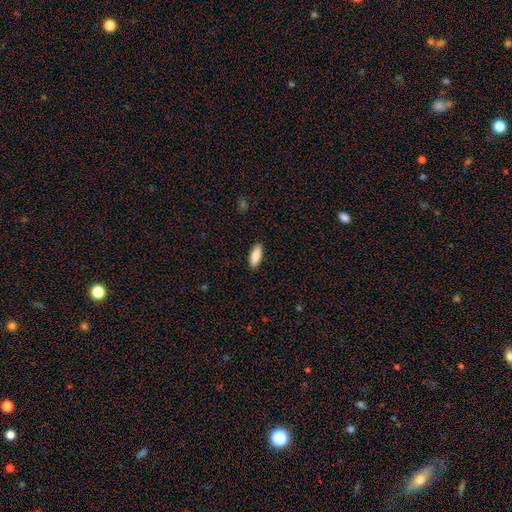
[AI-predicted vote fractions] This is clearly a smooth galaxy (85%). How rounded: likely in between (72%). Merging: clearly none (90%).